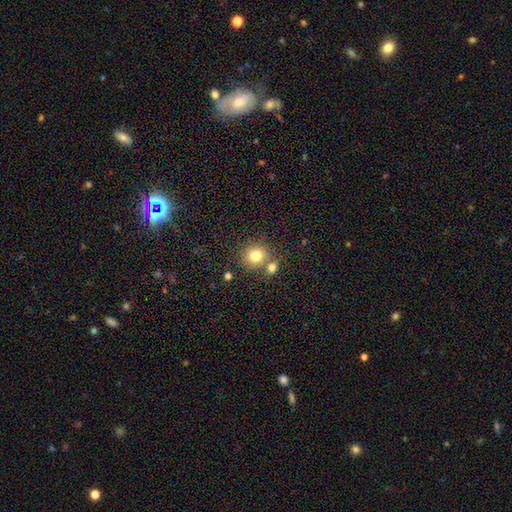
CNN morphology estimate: Overall: smooth (79%). How rounded: round (84%). Merging: none (66%).